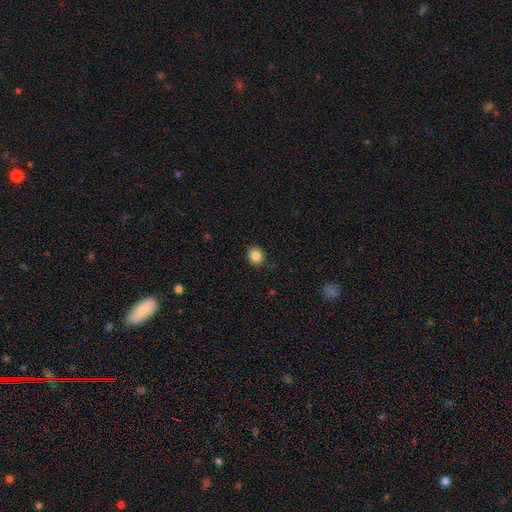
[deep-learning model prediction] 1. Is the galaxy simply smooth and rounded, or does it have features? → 86% smooth, 10% star or artifact, 4% featured or disk.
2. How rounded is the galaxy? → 82% round, 17% in between, 1% cigar-shaped.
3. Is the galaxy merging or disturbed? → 88% none, 8% minor disturbance, 2% major disturbance, 1% merger.